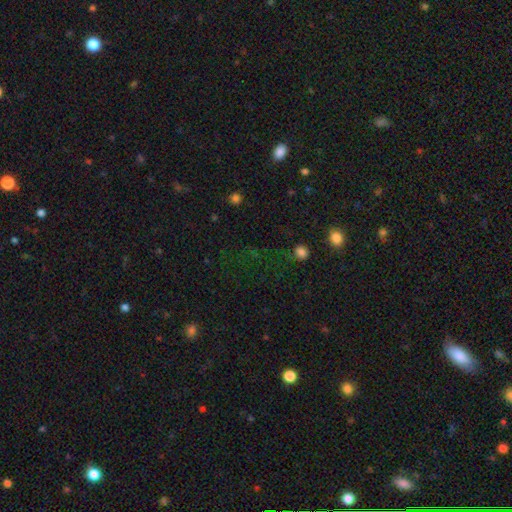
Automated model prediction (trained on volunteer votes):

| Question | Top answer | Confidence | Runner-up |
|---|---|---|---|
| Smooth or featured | star or artifact | 62% | smooth (26%) |